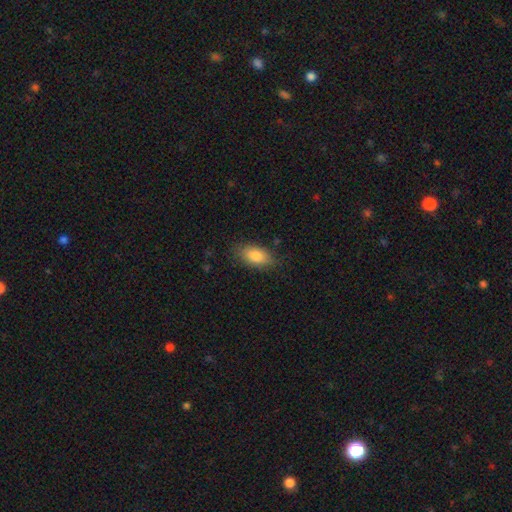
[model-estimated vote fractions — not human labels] This is clearly a smooth galaxy (83%). How rounded: clearly in between (90%). Merging: clearly none (80%).